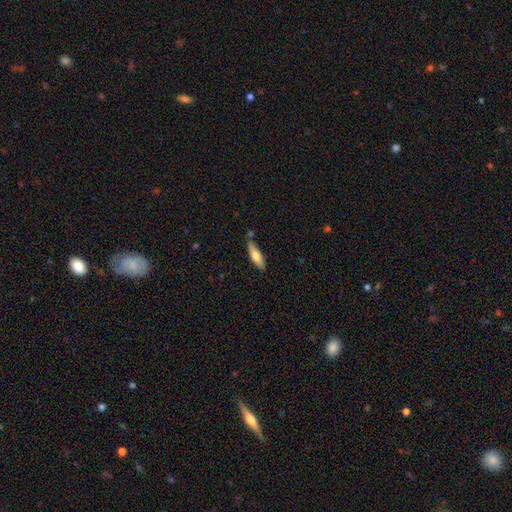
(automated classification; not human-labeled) A smooth galaxy with no disk features (65%) that is cigar-shaped (55%).

Vote fractions:
- Smooth or featured? smooth: 65% / featured or disk: 29% / star or artifact: 6%
- How rounded? cigar-shaped: 55% / in between: 43% / round: 2%
- Merging? none: 74% / minor disturbance: 17% / merger: 6% / major disturbance: 3%